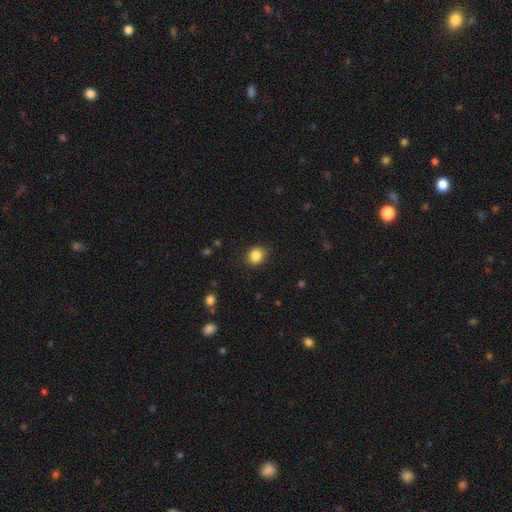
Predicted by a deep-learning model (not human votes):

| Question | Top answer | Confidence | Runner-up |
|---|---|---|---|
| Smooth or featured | smooth | 86% | star or artifact (10%) |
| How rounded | round | 63% | in between (36%) |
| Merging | none | 88% | minor disturbance (9%) |